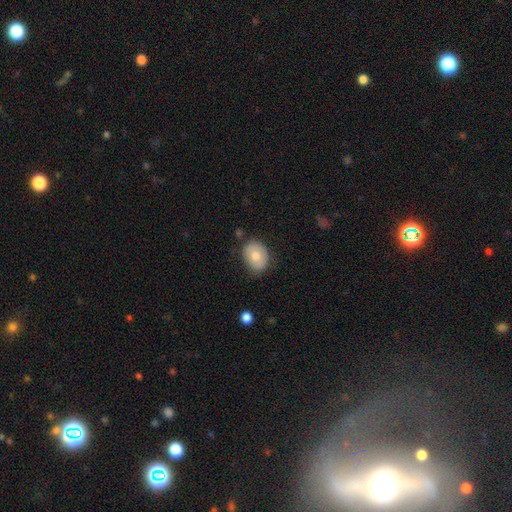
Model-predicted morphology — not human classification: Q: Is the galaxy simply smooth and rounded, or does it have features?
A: smooth — 74%.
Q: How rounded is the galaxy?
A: in between — 58%.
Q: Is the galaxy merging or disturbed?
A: none — 77%.